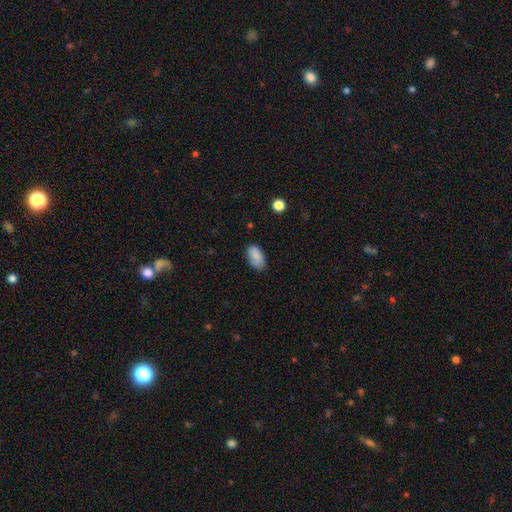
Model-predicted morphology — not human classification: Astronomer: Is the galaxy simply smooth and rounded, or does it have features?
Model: smooth — 86%.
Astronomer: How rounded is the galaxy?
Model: in between — 94%.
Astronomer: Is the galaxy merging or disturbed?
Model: none — 74%.